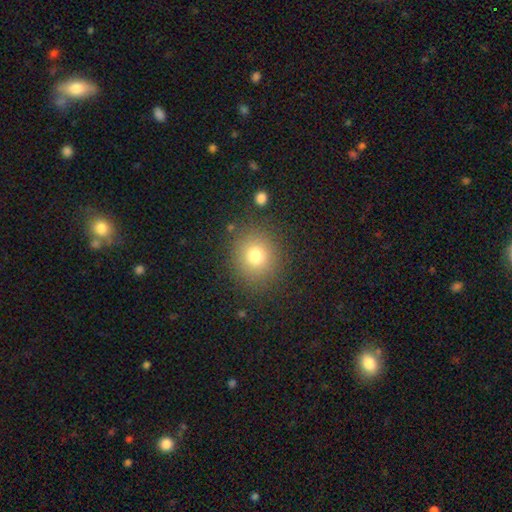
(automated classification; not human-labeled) A smooth galaxy with no disk features (76%) that is round (86%).

Vote fractions:
- Smooth or featured? smooth: 76% / star or artifact: 15% / featured or disk: 10%
- How rounded? round: 86% / in between: 13% / cigar-shaped: 1%
- Merging? none: 86% / minor disturbance: 8% / major disturbance: 4% / merger: 2%